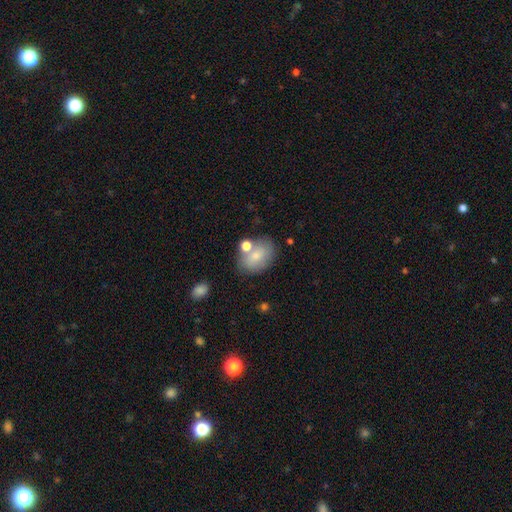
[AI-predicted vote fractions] Smooth or featured?
  - smooth: 73% *
  - featured or disk: 19%
  - star or artifact: 8%
How rounded?
  - in between: 75% *
  - round: 24%
  - cigar-shaped: 1%
Merging?
  - none: 61% *
  - minor disturbance: 17%
  - merger: 16%
  - major disturbance: 5%